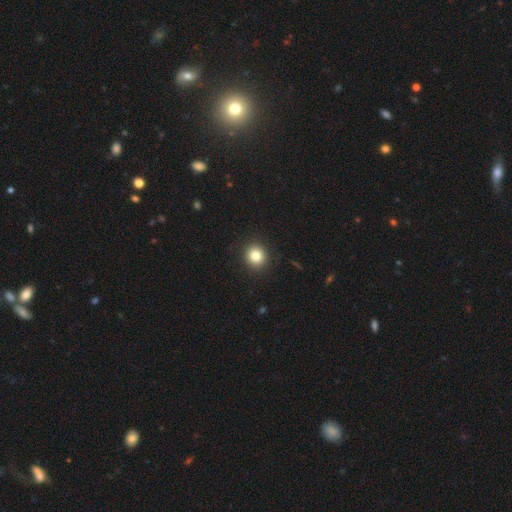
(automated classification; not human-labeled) Smooth or featured: smooth — 82% (star or artifact — 11%)
How rounded: round — 89% (in between — 10%)
Merging: none — 92% (minor disturbance — 5%)